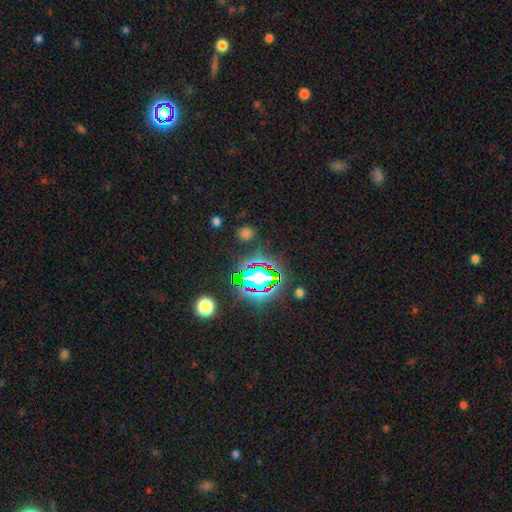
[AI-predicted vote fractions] star or artifact 78%, smooth 14%, featured or disk 9%.